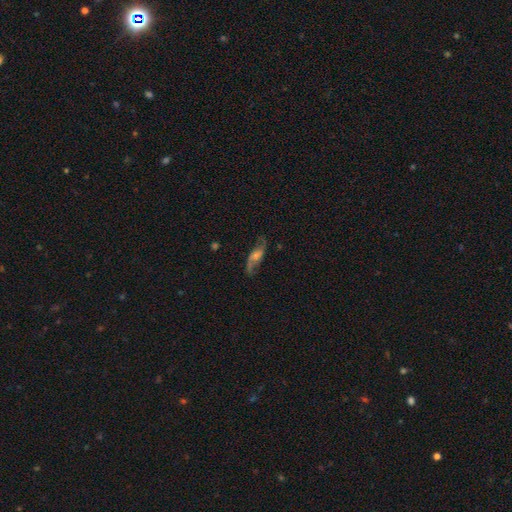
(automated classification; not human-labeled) Smooth or featured: featured or disk — 74% (smooth — 17%)
Edge-on disk: no — 87% (yes — 13%)
Bar: no — 51% (weak — 38%)
Spiral arms: yes — 93% (no — 7%)
Spiral winding: loose — 65% (medium — 27%)
Spiral arm count: 2 — 90% (can't tell — 5%)
Bulge size: moderate — 43% (small — 36%)
Merging: none — 76% (minor disturbance — 15%)